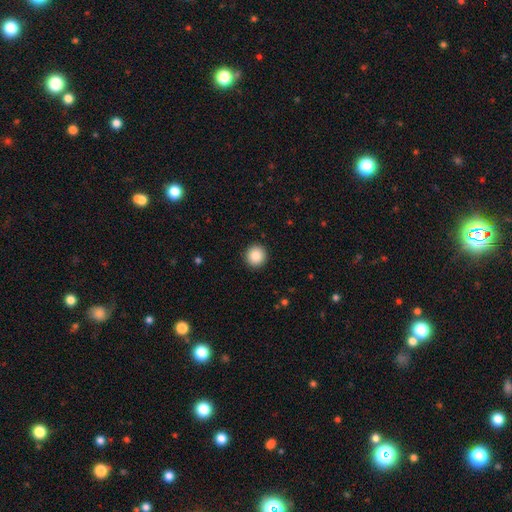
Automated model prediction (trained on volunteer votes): Overall: smooth (87%). How rounded: round (95%). Merging: none (93%).